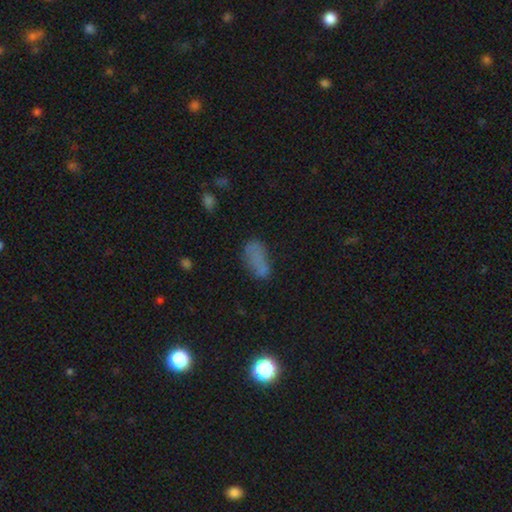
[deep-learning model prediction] Smooth or featured: smooth — 68% (featured or disk — 17%)
How rounded: in between — 86% (cigar-shaped — 10%)
Merging: none — 49% (minor disturbance — 24%)